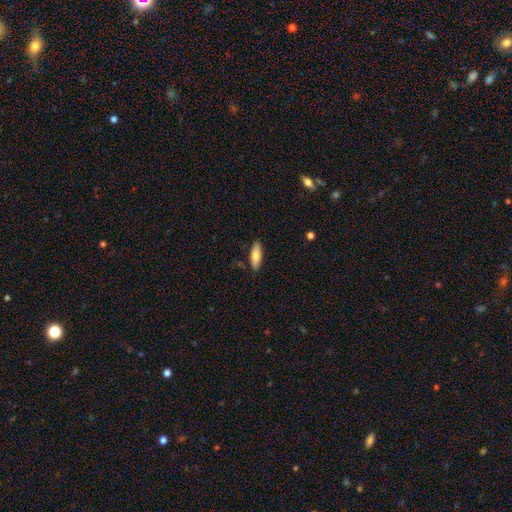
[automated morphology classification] A smooth galaxy with no disk features (79%) that is in between round and cigar-shaped (64%).

Vote fractions:
- Smooth or featured? smooth: 79% / featured or disk: 15% / star or artifact: 6%
- How rounded? in between: 64% / cigar-shaped: 34% / round: 2%
- Merging? none: 87% / minor disturbance: 10% / major disturbance: 2% / merger: 2%